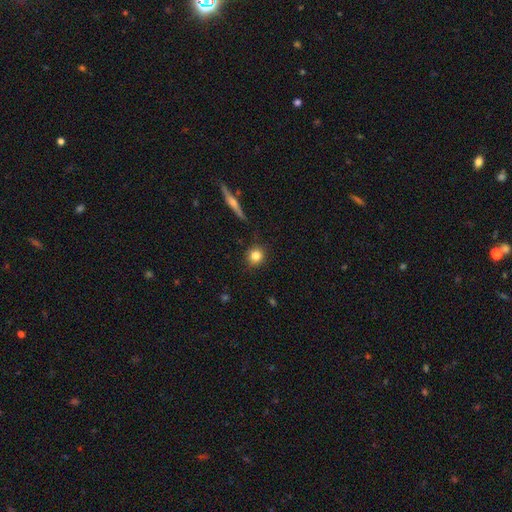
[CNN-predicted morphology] smooth-or-featured: smooth: 81% | star or artifact: 10% | featured or disk: 9%
  how-rounded: round: 88% | in between: 11% | cigar-shaped: 2%
  merging: none: 87% | minor disturbance: 9% | major disturbance: 2% | merger: 2%